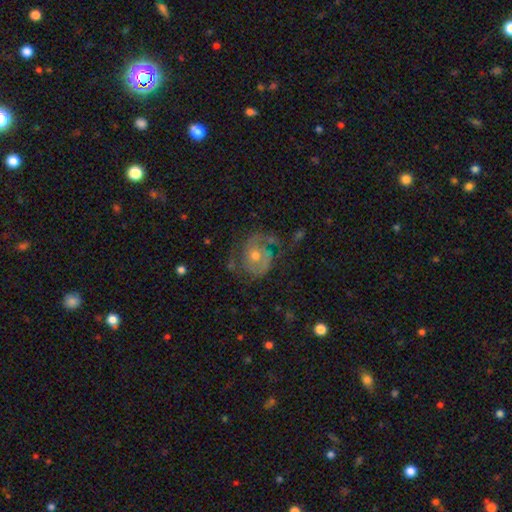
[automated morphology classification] Smooth or featured? featured or disk (76%)
Edge-on disk? no (97%)
Bar? no (76%)
Spiral arms? yes (87%)
Spiral winding? medium (41%)
Spiral arm count? 2 (64%)
Bulge size? moderate (62%)
Merging? none (57%)